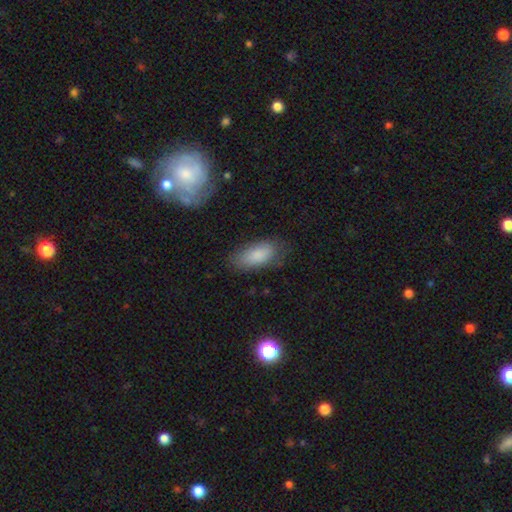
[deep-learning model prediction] Smooth or featured? Predicted: smooth (p=0.80). How rounded? Predicted: in between (p=0.84). Merging? Predicted: none (p=0.73).